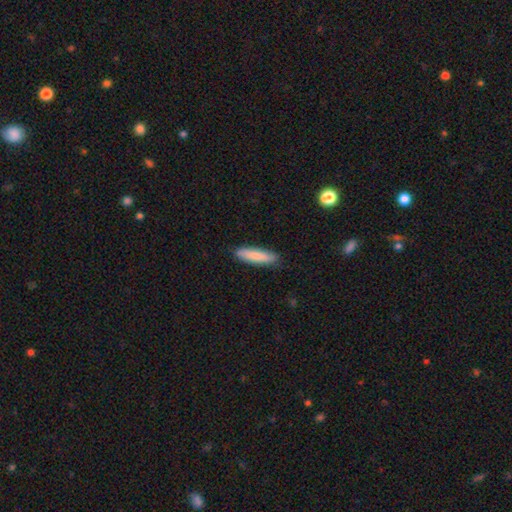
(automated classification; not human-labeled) Overall: smooth (81%). How rounded: cigar-shaped (74%). Merging: none (86%).